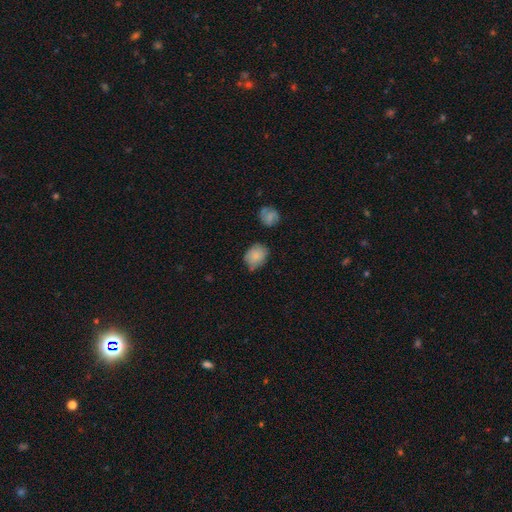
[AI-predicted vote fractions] Overall: smooth (80%). How rounded: in between (55%; round 44%). Merging: none (59%; minor disturbance 30%).